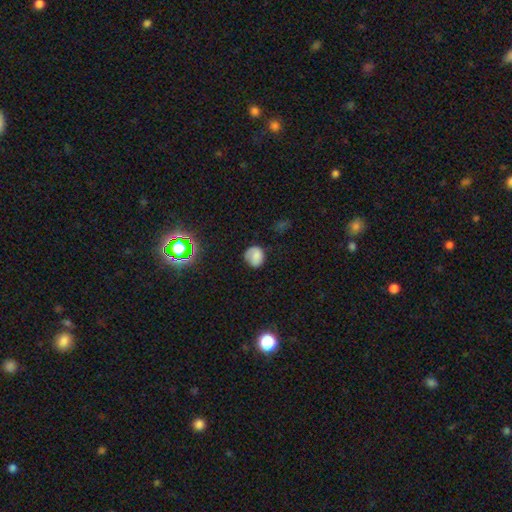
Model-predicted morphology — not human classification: A smooth galaxy with no disk features (70%) that is round (76%). Merging: none (67%).